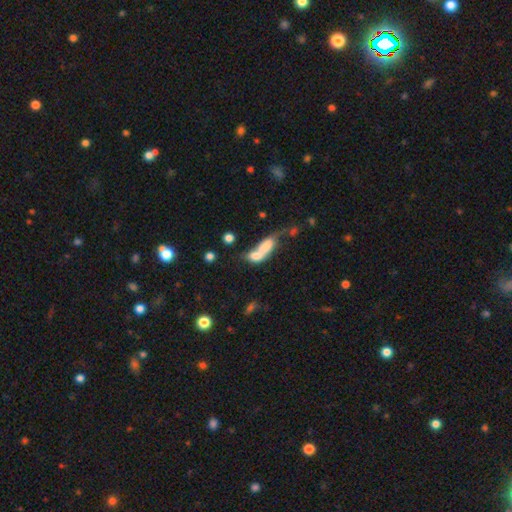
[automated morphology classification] smooth_or_featured: smooth (p=0.63) [alt: featured or disk p=0.27]
how_rounded: in between (p=0.69) [alt: cigar-shaped p=0.21]
merging: merger (p=0.66) [alt: none p=0.14]